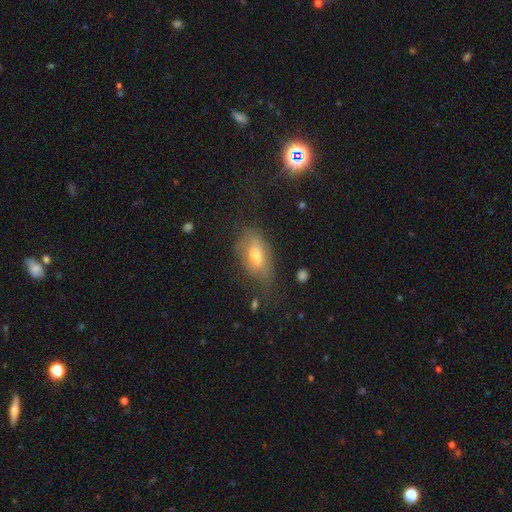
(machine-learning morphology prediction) A smooth galaxy with no disk features (57%) that is in between round and cigar-shaped (85%). Merging: none (51%).